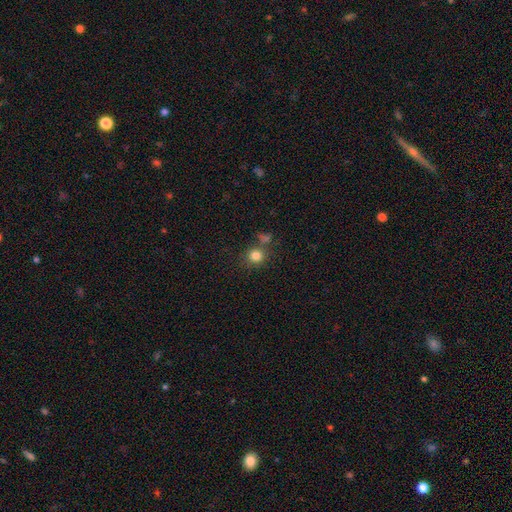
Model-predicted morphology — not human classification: Q: Smooth or featured?
A: smooth (81%); runner-up: star or artifact (13%)
Q: How rounded?
A: round (88%); runner-up: in between (11%)
Q: Merging?
A: none (71%); runner-up: merger (13%)